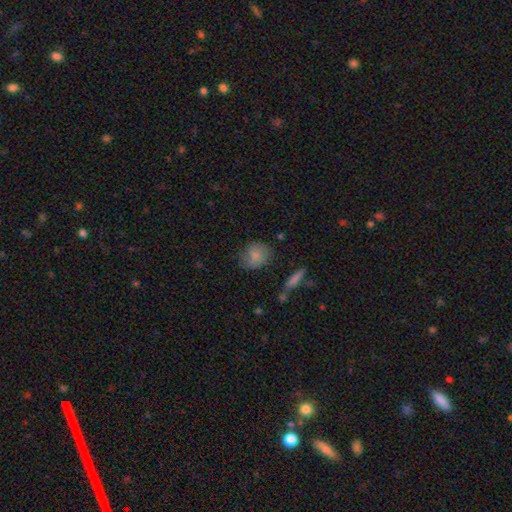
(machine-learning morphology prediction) Smooth or featured? smooth (75%)
How rounded? round (67%)
Merging? none (64%)